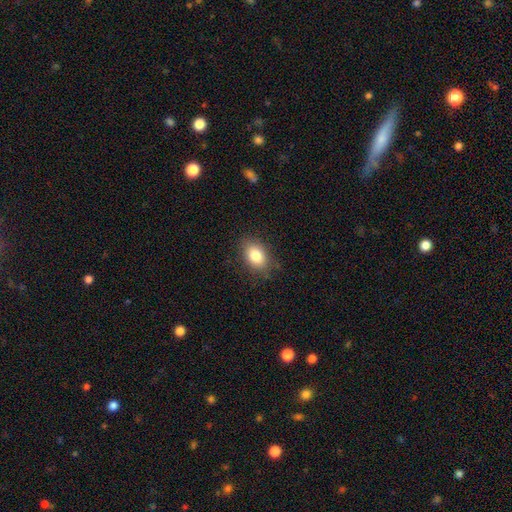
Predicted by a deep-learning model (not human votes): Q: Smooth or featured?
A: smooth (83%); runner-up: featured or disk (9%)
Q: How rounded?
A: in between (79%); runner-up: round (19%)
Q: Merging?
A: none (84%); runner-up: minor disturbance (12%)